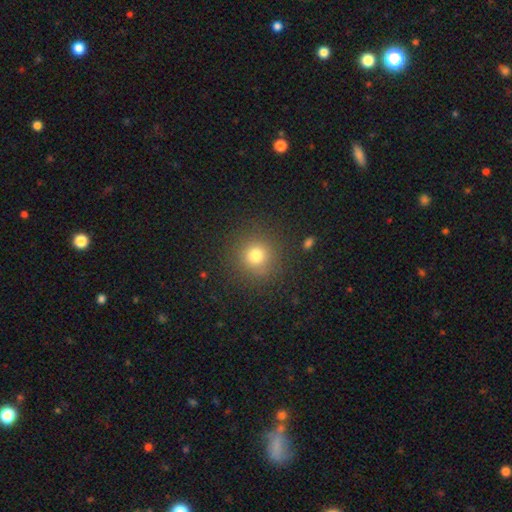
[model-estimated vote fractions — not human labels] Q: Smooth or featured?
A: smooth (76%); runner-up: star or artifact (16%)
Q: How rounded?
A: round (93%); runner-up: in between (6%)
Q: Merging?
A: none (88%); runner-up: minor disturbance (7%)